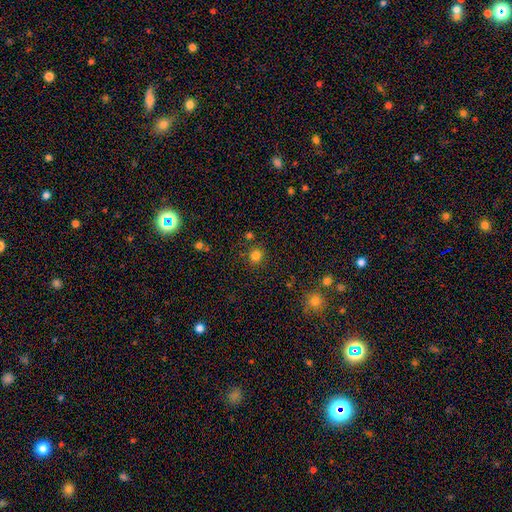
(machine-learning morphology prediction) Q: Smooth or featured?
A: smooth (81%); runner-up: star or artifact (14%)
Q: How rounded?
A: round (89%); runner-up: in between (10%)
Q: Merging?
A: none (83%); runner-up: minor disturbance (9%)